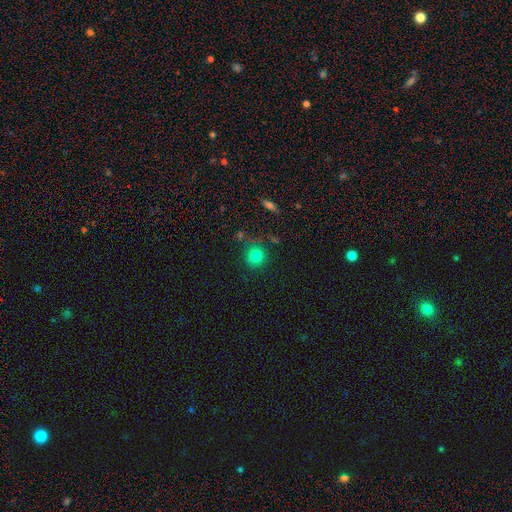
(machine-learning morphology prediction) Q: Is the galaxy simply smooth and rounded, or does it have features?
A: smooth — 81%.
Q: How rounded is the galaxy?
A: round — 91%.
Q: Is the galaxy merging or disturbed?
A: none — 81%.